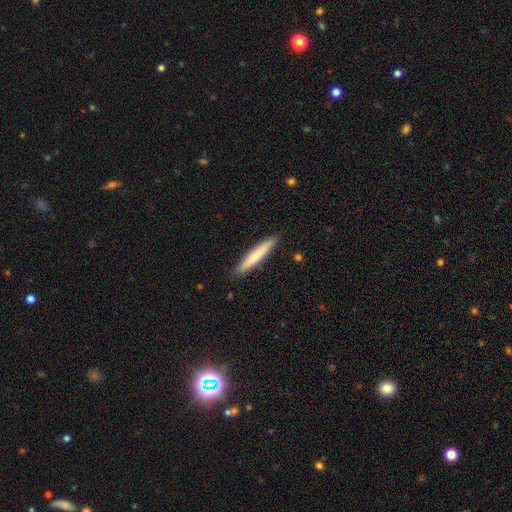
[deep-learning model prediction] smooth 71%, featured or disk 23%, star or artifact 5%. Down the decision tree: how rounded — cigar-shaped (94%); merging — none (90%).